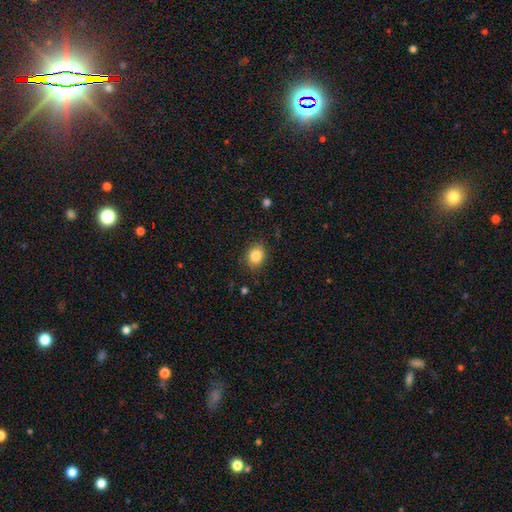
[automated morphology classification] Q: Smooth or featured?
A: smooth (85%); runner-up: star or artifact (9%)
Q: How rounded?
A: round (51%); runner-up: in between (49%)
Q: Merging?
A: none (86%); runner-up: minor disturbance (10%)